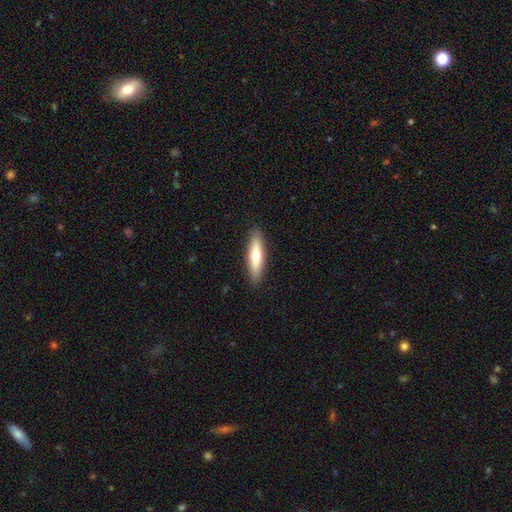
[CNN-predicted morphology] smooth 64%, featured or disk 30%, star or artifact 5%. Down the decision tree: how rounded — cigar-shaped (73%); merging — none (89%).